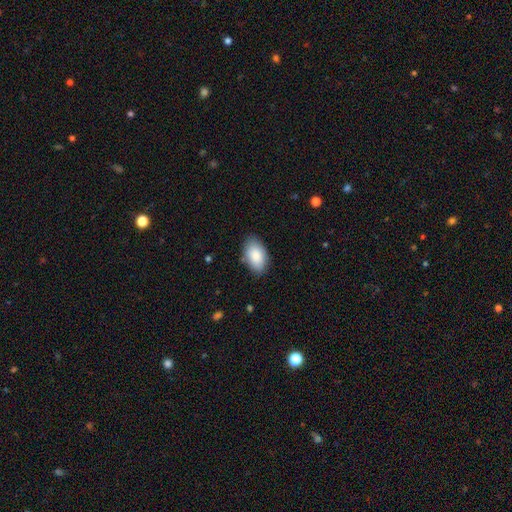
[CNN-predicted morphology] The model was most divided on "merging": none: 81%, minor disturbance: 15%, major disturbance: 3%, merger: 1%. More confident: how rounded — in between (94%); smooth or featured — smooth (87%).